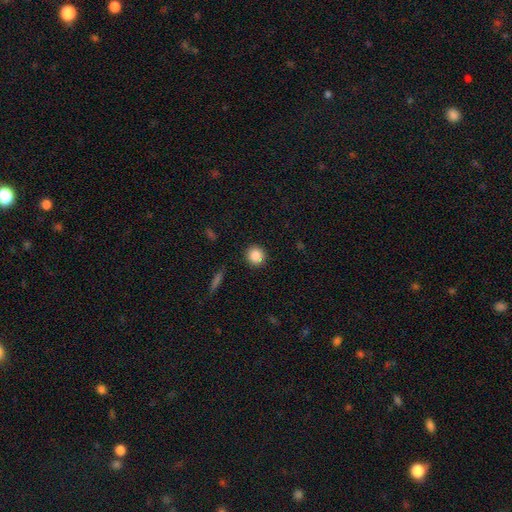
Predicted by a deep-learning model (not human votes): This appears to be a smooth galaxy with no disk features (86%) that is round (92%). Merging: none (88%).